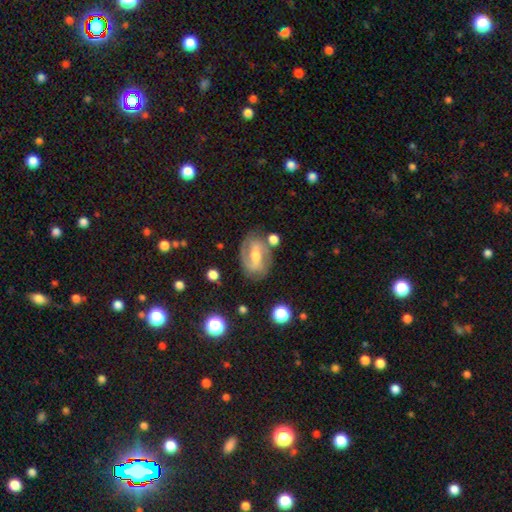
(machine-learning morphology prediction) A featured or disk galaxy (73%) with a weak bar (40%), 2 (77%) medium (46%) spiral arms (84%) and a moderate central bulge (62%). Merging: none (70%).